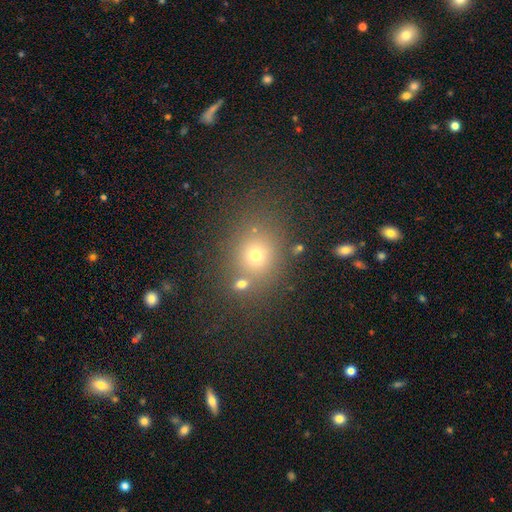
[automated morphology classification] Overall: smooth (64%; star or artifact 24%). How rounded: round (63%; in between 35%). Merging: none (72%).